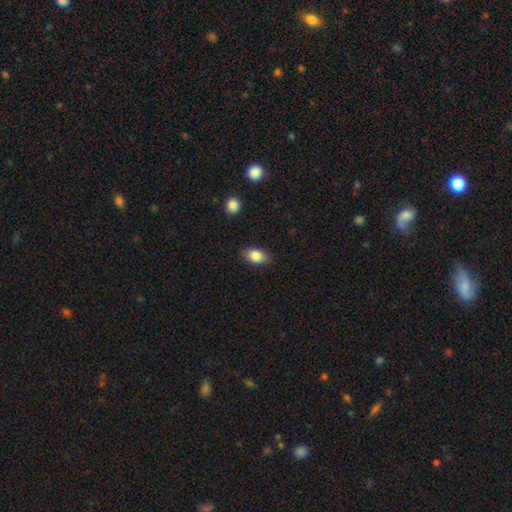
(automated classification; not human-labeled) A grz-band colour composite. It shows a smooth galaxy with no disk features (85%) that is in between round and cigar-shaped (87%). Merging: none (85%).